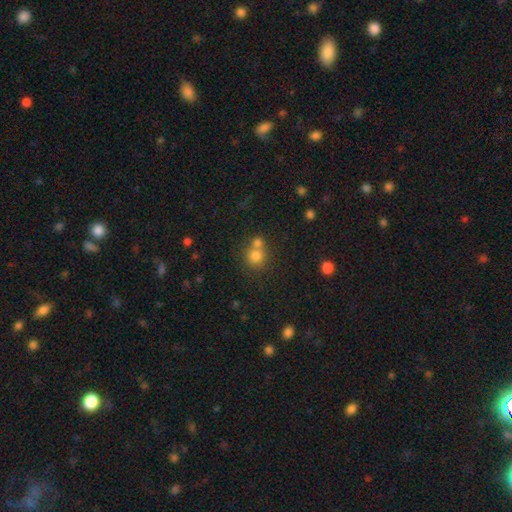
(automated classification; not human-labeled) A smooth galaxy with no disk features (78%) that is round (85%). Merging: none (45%).